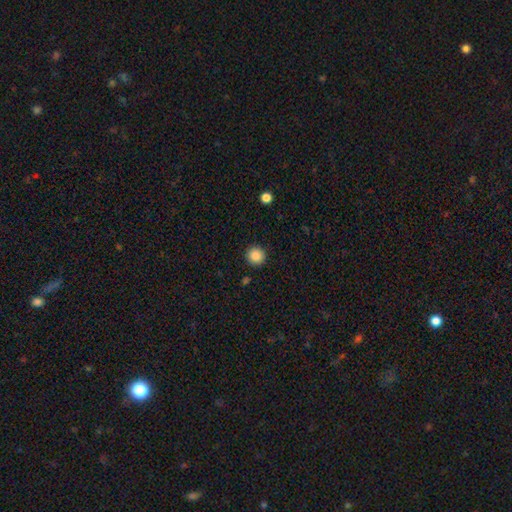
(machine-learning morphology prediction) This is clearly a smooth galaxy (87%). How rounded: clearly round (94%). Merging: clearly none (91%).